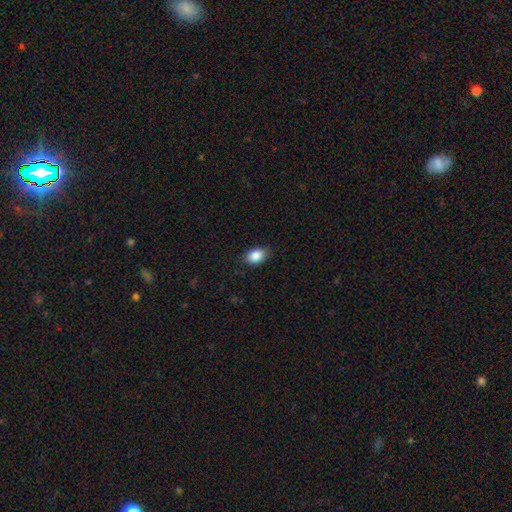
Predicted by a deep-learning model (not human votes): The model was most divided on "how rounded": in between: 85%, round: 13%, cigar-shaped: 1%. More confident: smooth or featured — smooth (87%); merging — none (85%).